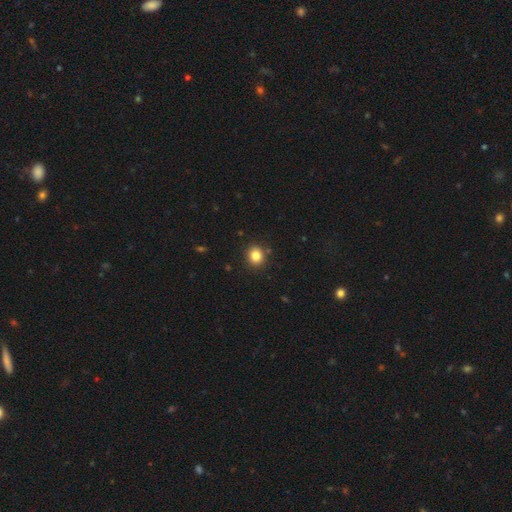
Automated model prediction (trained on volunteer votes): Q: Smooth or featured?
A: smooth (83%); runner-up: star or artifact (11%)
Q: How rounded?
A: round (78%); runner-up: in between (21%)
Q: Merging?
A: none (88%); runner-up: minor disturbance (8%)